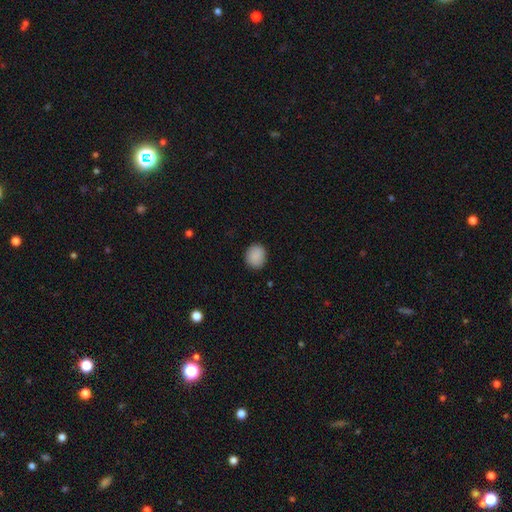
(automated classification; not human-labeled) Smooth or featured? Predicted: smooth (p=0.89). How rounded? Predicted: round (p=0.71). Merging? Predicted: none (p=0.88).